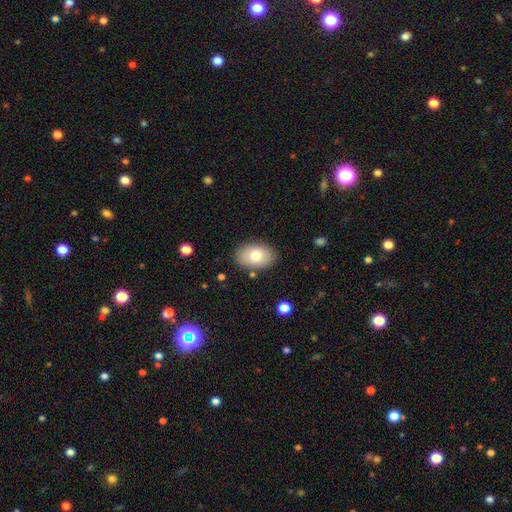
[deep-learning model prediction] smooth-or-featured: smooth: 76% | featured or disk: 16% | star or artifact: 7%
  how-rounded: in between: 88% | round: 11% | cigar-shaped: 1%
  merging: none: 84% | minor disturbance: 11% | major disturbance: 3% | merger: 2%